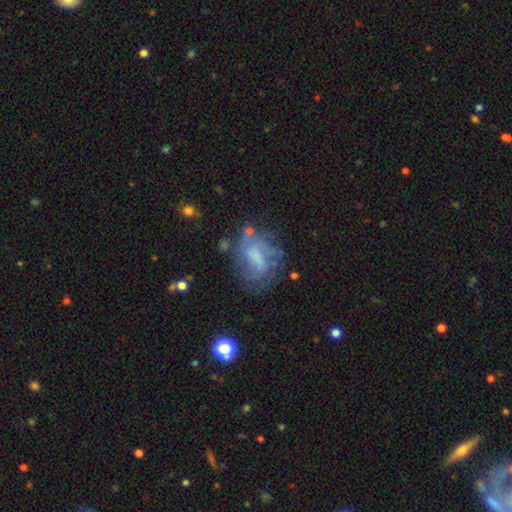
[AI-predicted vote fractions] Smooth or featured: featured or disk — 55% (smooth — 33%)
Edge-on disk: no — 95% (yes — 5%)
Bar: weak — 44% (no — 34%)
Spiral arms: yes — 61% (no — 39%)
Bulge size: none — 43% (moderate — 26%)
Merging: none — 53% (minor disturbance — 23%)